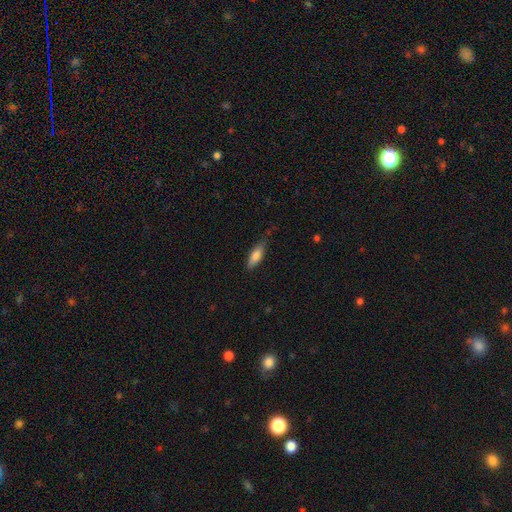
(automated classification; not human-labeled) smooth_or_featured: smooth (p=0.78) [alt: featured or disk p=0.15]
how_rounded: in between (p=0.56) [alt: cigar-shaped p=0.42]
merging: none (p=0.68) [alt: minor disturbance p=0.25]